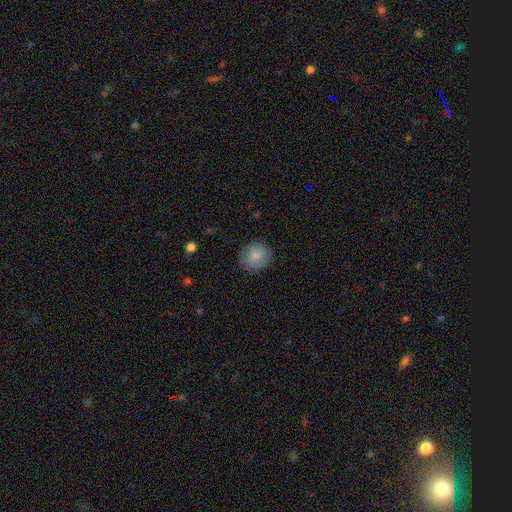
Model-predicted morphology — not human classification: Smooth or featured?
  - smooth: 85% *
  - featured or disk: 8%
  - star or artifact: 7%
How rounded?
  - round: 86% *
  - in between: 13%
  - cigar-shaped: 1%
Merging?
  - none: 83% *
  - minor disturbance: 13%
  - major disturbance: 3%
  - merger: 1%